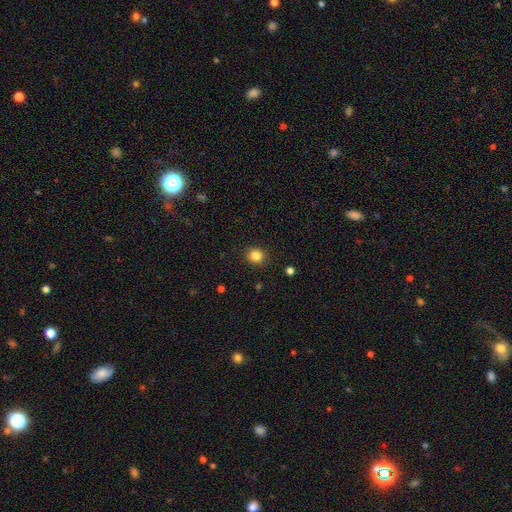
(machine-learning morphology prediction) smooth 84%, star or artifact 11%, featured or disk 4%. Down the decision tree: how rounded — round (85%); merging — none (91%).